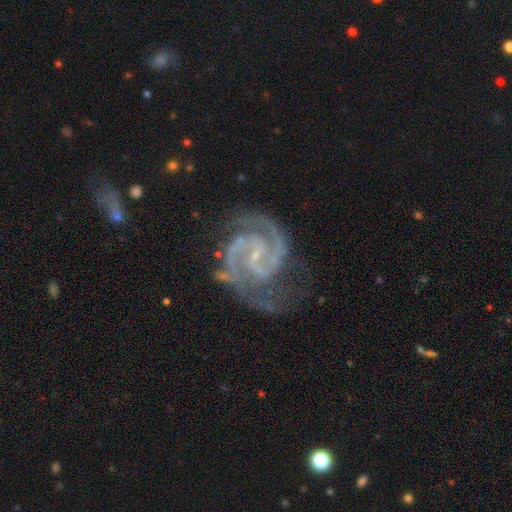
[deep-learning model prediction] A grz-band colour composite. It shows a featured or disk galaxy (93%) with a weak bar (47%), 2 (87%) medium (56%) spiral arms (99%) and a small central bulge (79%). Merging: none (63%).